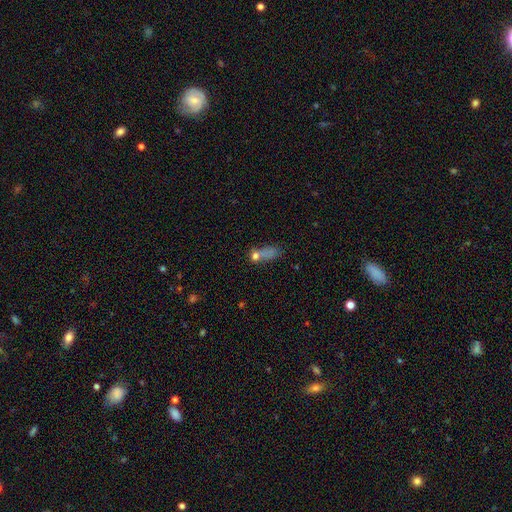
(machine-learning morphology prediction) smooth_or_featured: smooth (p=0.59) [alt: star or artifact p=0.25]
how_rounded: in between (p=0.54) [alt: round p=0.27]
merging: none (p=0.51) [alt: merger p=0.26]